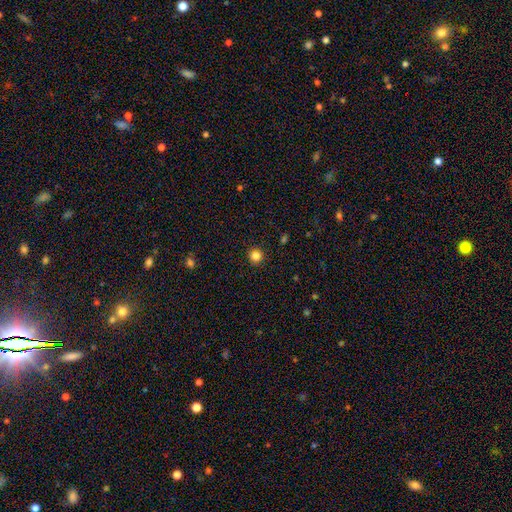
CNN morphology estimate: Smooth or featured? Predicted: smooth (p=0.84). How rounded? Predicted: round (p=0.95). Merging? Predicted: none (p=0.93).